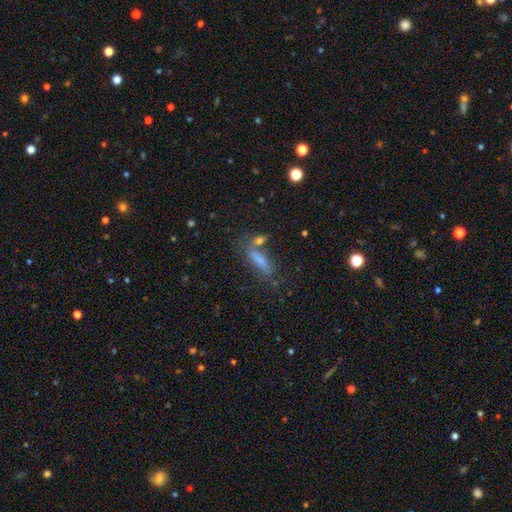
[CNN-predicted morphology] Smooth or featured? Predicted: smooth (p=0.56). How rounded? Predicted: cigar-shaped (p=0.66). Merging? Predicted: none (p=0.58).